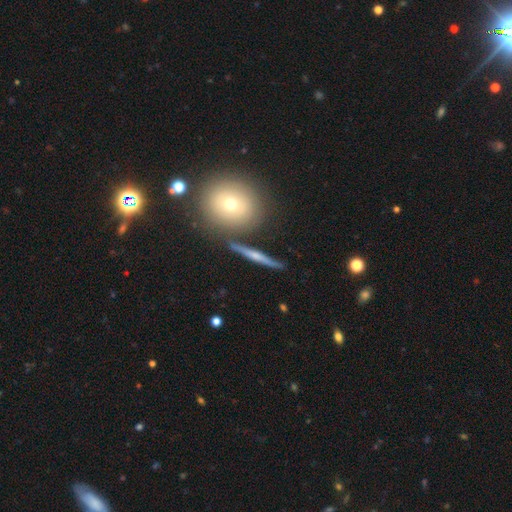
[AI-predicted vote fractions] Morphology: type=featured or disk (61%); edge-on=yes (92%); edge-on bulge=rounded (60%); merging=none (84%).